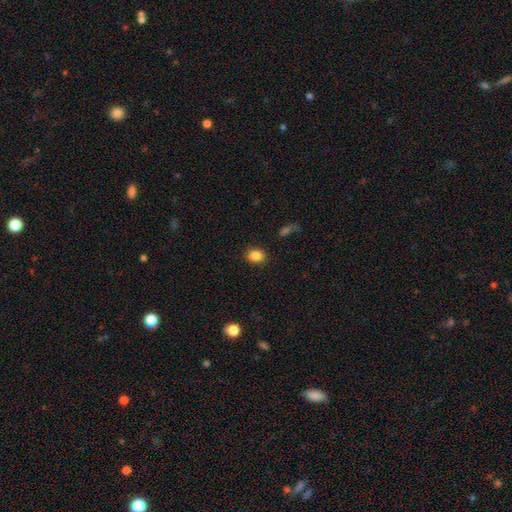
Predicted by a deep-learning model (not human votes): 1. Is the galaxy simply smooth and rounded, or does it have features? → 84% smooth, 10% star or artifact, 5% featured or disk.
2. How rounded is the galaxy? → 55% in between, 44% round, 1% cigar-shaped.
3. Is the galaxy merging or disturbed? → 85% none, 10% minor disturbance, 3% major disturbance, 2% merger.